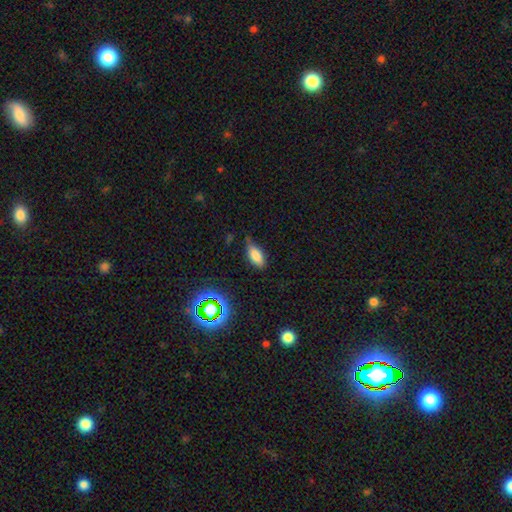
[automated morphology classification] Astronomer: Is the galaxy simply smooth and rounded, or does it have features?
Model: smooth — 77%.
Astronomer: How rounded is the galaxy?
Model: in between — 86%.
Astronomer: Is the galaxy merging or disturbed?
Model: none — 66%.